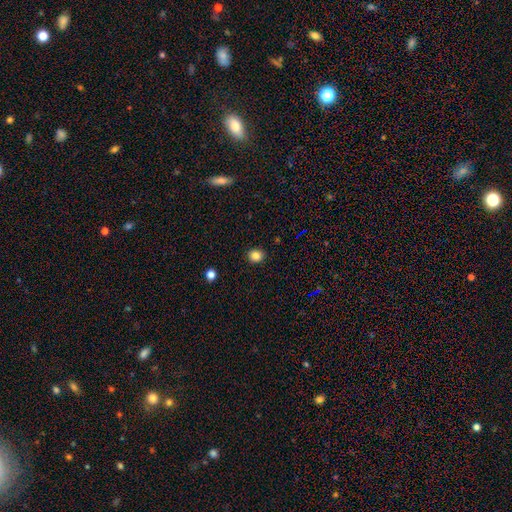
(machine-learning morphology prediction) Overall: smooth (83%). How rounded: round (77%). Merging: none (91%).